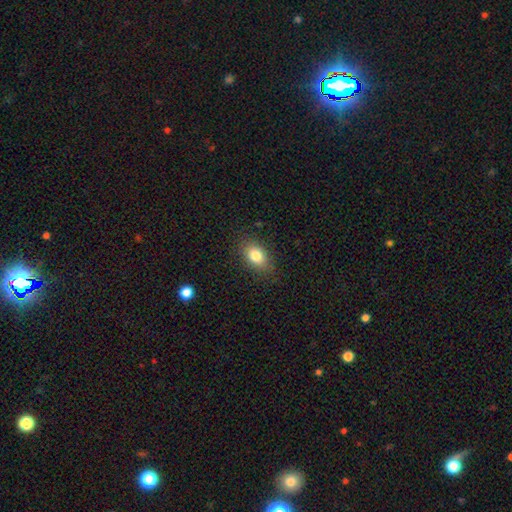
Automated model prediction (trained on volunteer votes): Smooth or featured: smooth — 82% (star or artifact — 9%)
How rounded: in between — 82% (round — 17%)
Merging: none — 84% (minor disturbance — 11%)